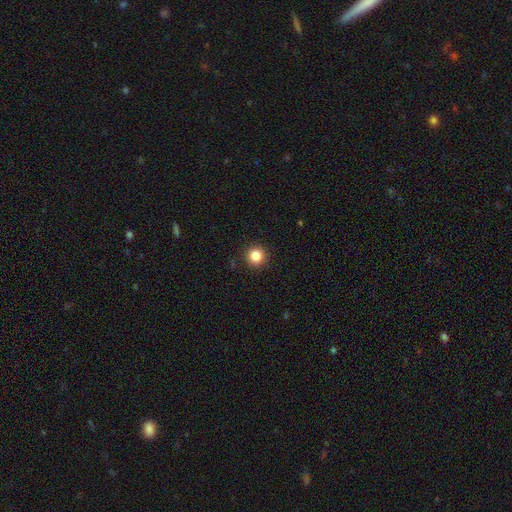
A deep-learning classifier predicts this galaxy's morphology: A smooth galaxy with no disk features (85%) that is round (94%). Merging: none (91%).